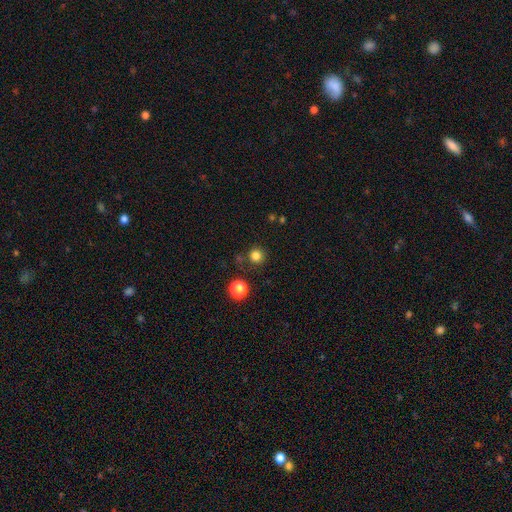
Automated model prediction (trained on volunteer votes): Smooth or featured: smooth — 81% (star or artifact — 15%)
How rounded: round — 95% (in between — 4%)
Merging: none — 84% (minor disturbance — 8%)